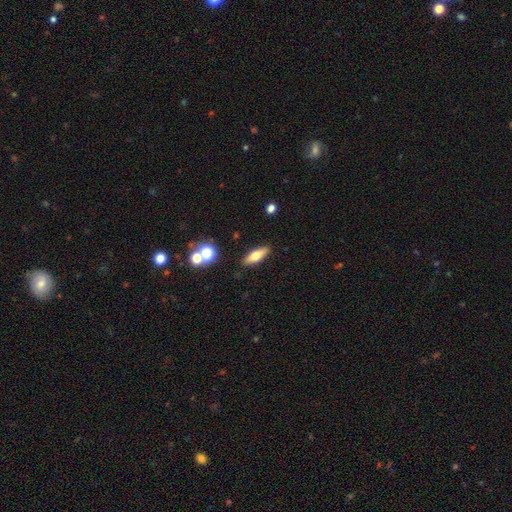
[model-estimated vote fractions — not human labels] Smooth or featured? smooth (60%)
How rounded? in between (53%)
Merging? none (88%)